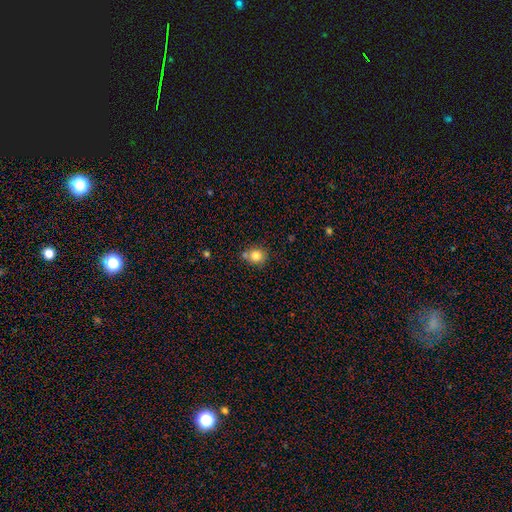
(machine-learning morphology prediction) smooth_or_featured: smooth (p=0.82) [alt: star or artifact p=0.11]
how_rounded: round (p=0.83) [alt: in between p=0.16]
merging: none (p=0.61) [alt: merger p=0.21]